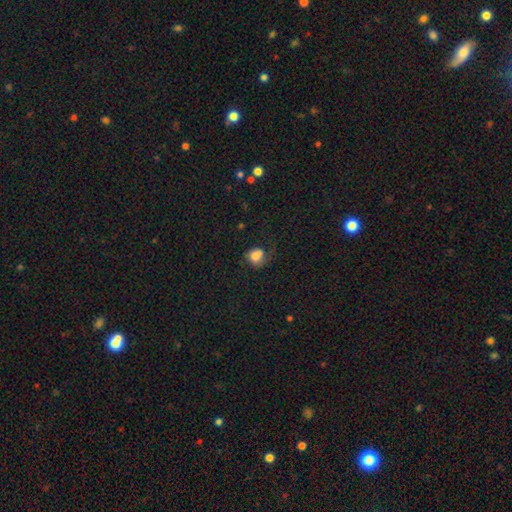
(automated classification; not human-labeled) The model was most divided on "merging": none: 42%, minor disturbance: 27%, major disturbance: 25%, merger: 7%. More confident: smooth or featured — smooth (74%); how rounded — round (61%).